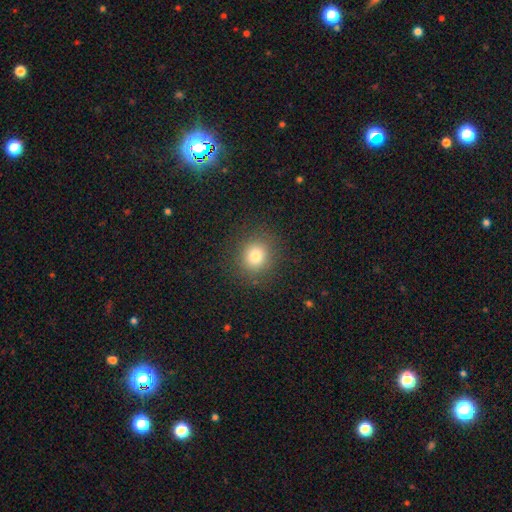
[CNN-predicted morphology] type=smooth (79%); roundness=round (87%); merging=none (88%).